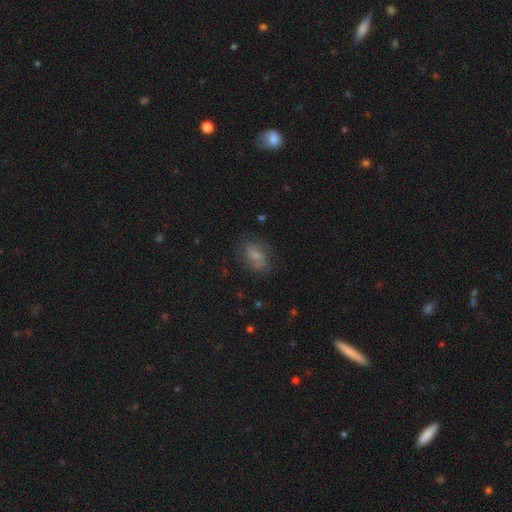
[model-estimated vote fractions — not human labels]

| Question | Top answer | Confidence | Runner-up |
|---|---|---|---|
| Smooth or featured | featured or disk | 66% | smooth (25%) |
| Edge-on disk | no | 97% | yes (3%) |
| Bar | weak | 47% | no (42%) |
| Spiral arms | yes | 92% | no (8%) |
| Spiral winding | medium | 49% | loose (31%) |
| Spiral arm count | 2 | 86% | can't tell (8%) |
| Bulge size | small | 48% | moderate (28%) |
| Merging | none | 76% | minor disturbance (16%) |